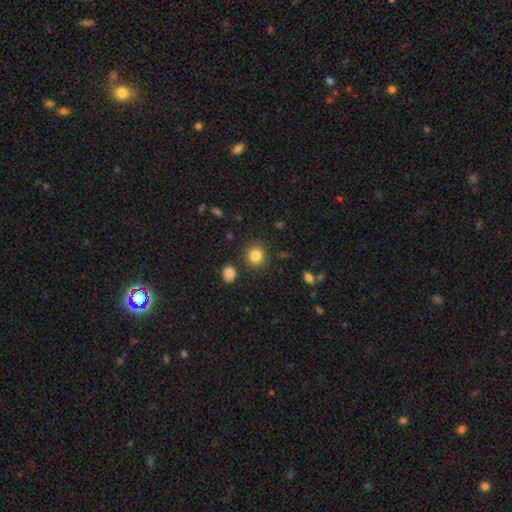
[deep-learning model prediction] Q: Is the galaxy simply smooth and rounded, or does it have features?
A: smooth — 84%.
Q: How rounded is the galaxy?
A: round — 86%.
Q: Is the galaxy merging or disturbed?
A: none — 87%.